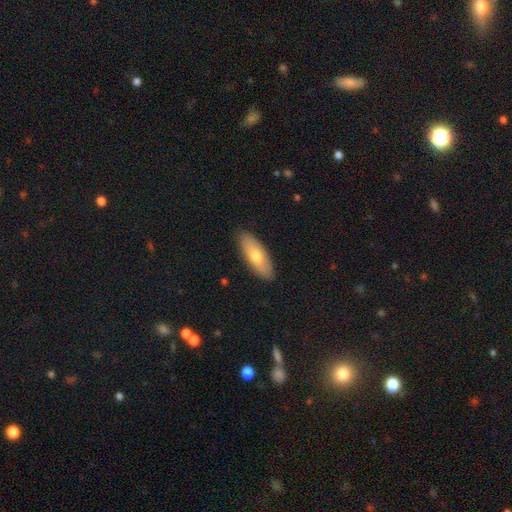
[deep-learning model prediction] A smooth galaxy with no disk features (67%) that is in between round and cigar-shaped (71%). Merging: none (88%).